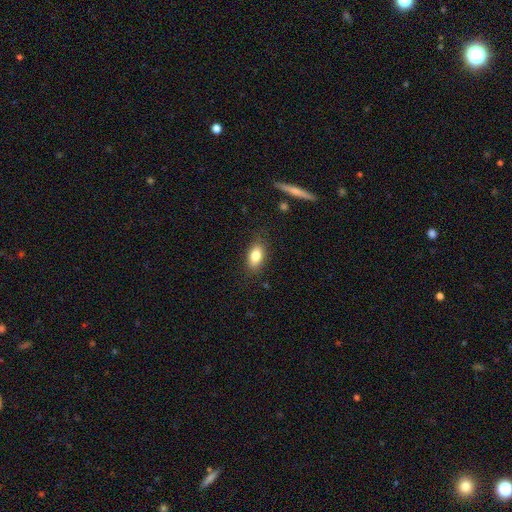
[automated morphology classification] A smooth galaxy with no disk features (82%) that is in between round and cigar-shaped (88%).

Vote fractions:
- Smooth or featured? smooth: 82% / featured or disk: 10% / star or artifact: 8%
- How rounded? in between: 88% / round: 7% / cigar-shaped: 5%
- Merging? none: 83% / minor disturbance: 12% / major disturbance: 3% / merger: 1%